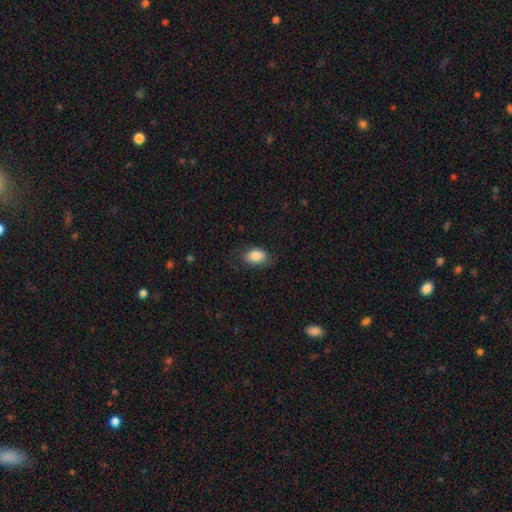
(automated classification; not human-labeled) Smooth or featured: smooth — 85% (featured or disk — 8%)
How rounded: in between — 83% (round — 16%)
Merging: none — 73% (minor disturbance — 19%)